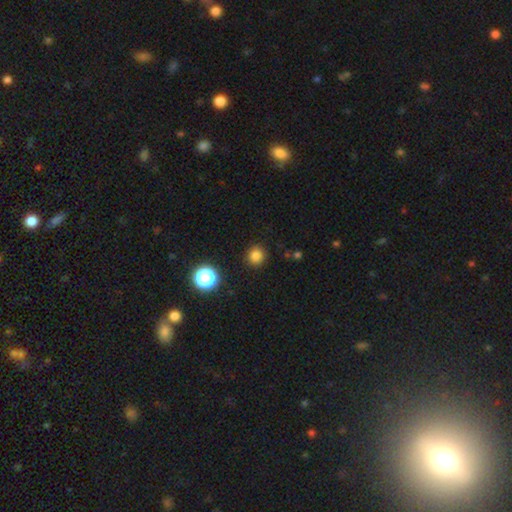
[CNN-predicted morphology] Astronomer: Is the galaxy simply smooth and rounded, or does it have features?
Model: smooth — 82%.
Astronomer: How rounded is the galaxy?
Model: round — 93%.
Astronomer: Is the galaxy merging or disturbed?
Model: none — 90%.